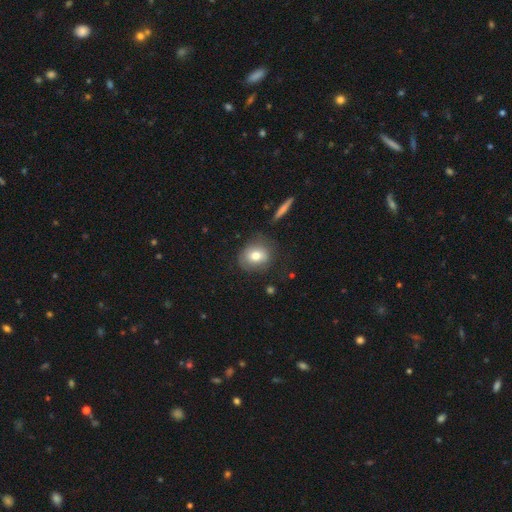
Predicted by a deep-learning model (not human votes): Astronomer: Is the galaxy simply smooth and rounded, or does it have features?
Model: smooth — 74%.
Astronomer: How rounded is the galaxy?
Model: round — 68%.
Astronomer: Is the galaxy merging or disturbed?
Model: none — 72%.